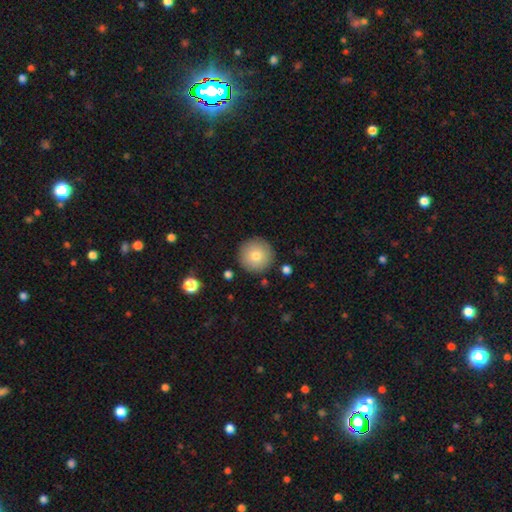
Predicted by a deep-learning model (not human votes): A smooth galaxy with no disk features (78%) that is round (96%). Merging: none (90%).